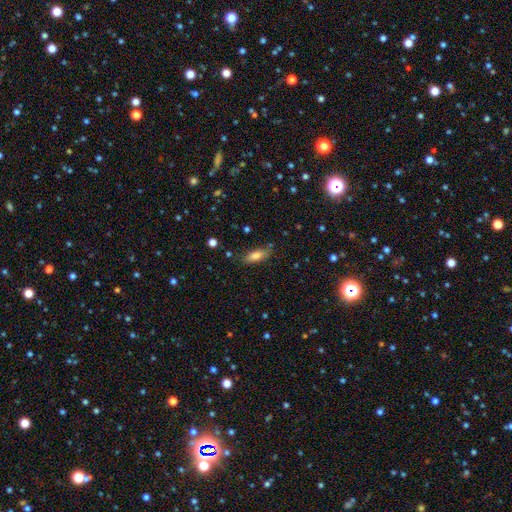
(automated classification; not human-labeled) Q: Smooth or featured?
A: smooth (78%); runner-up: featured or disk (13%)
Q: How rounded?
A: in between (66%); runner-up: cigar-shaped (32%)
Q: Merging?
A: none (77%); runner-up: minor disturbance (17%)